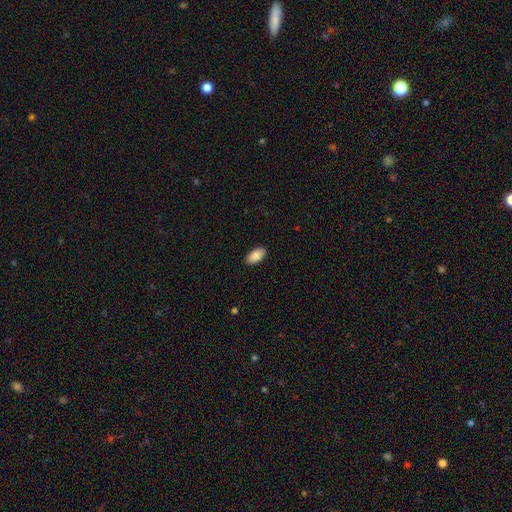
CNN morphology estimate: A smooth galaxy with no disk features (89%) that is in between round and cigar-shaped (95%). Merging: none (90%).